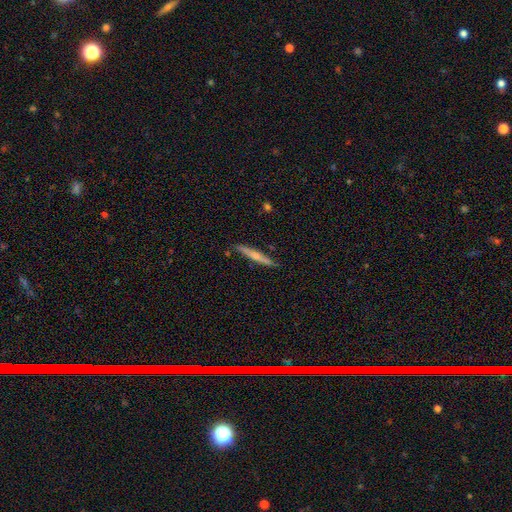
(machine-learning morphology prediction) type=featured or disk (53%); edge-on=yes (95%); merging=none (86%).